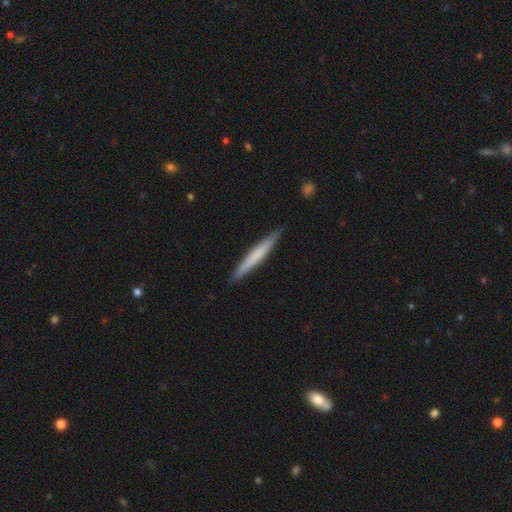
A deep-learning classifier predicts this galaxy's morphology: type=smooth (59%); roundness=cigar-shaped (96%); merging=none (91%).